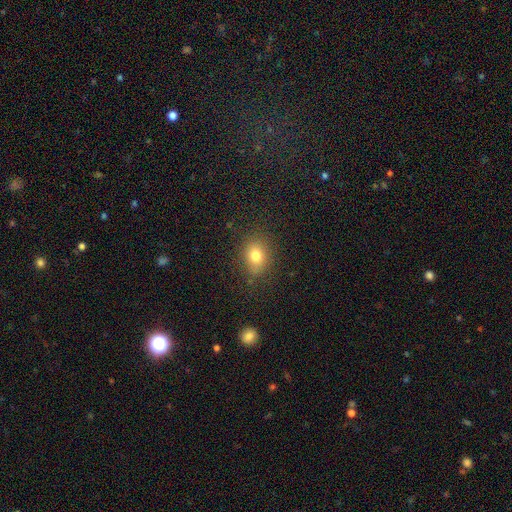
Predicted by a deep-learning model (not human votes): smooth_or_featured: smooth (p=0.78) [alt: star or artifact p=0.12]
how_rounded: in between (p=0.55) [alt: round p=0.44]
merging: none (p=0.81) [alt: minor disturbance p=0.13]